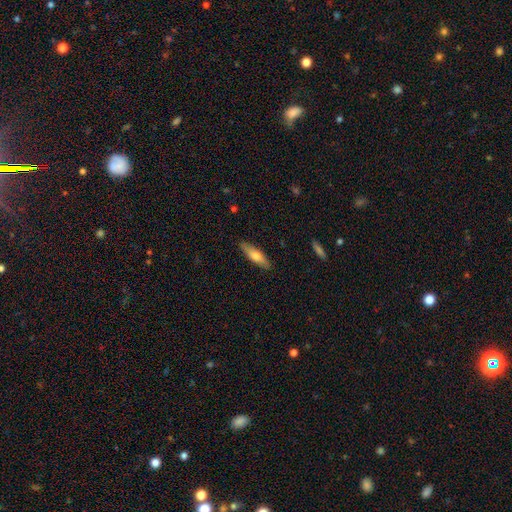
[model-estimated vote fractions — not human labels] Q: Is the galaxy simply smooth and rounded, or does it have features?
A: smooth — 66%.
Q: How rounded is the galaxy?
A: cigar-shaped — 60%.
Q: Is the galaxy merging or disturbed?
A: none — 86%.